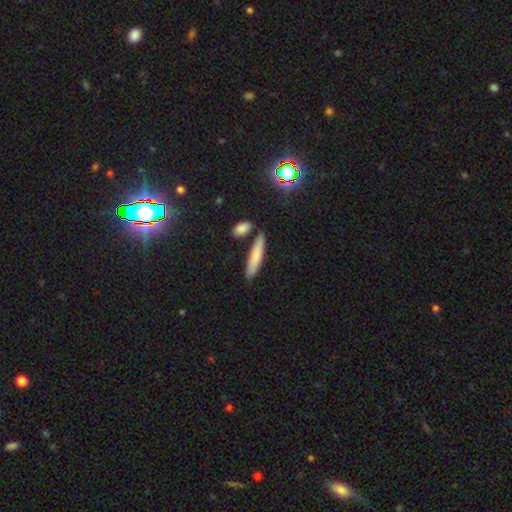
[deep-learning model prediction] The model was most divided on "smooth or featured": smooth: 77%, featured or disk: 15%, star or artifact: 8%. More confident: how rounded — cigar-shaped (82%); merging — none (80%).